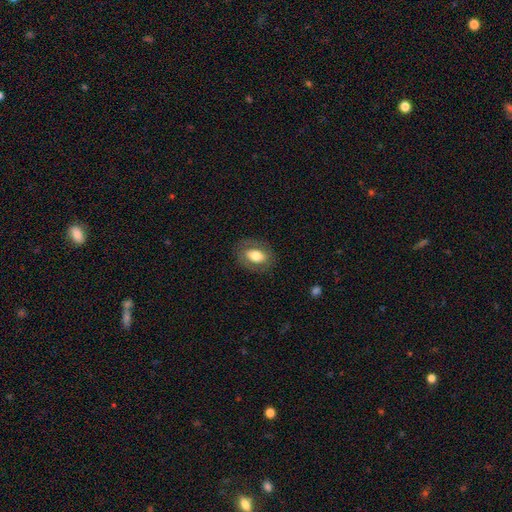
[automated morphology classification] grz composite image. It shows a smooth galaxy with no disk features (63%) that is in between round and cigar-shaped (83%). Merging: none (80%).